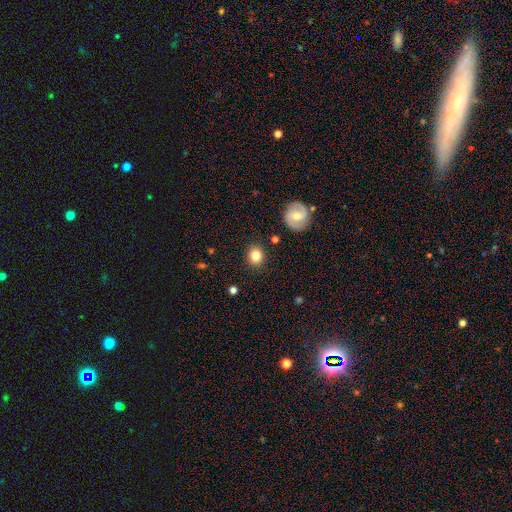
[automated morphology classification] Smooth or featured? Predicted: smooth (p=0.82). How rounded? Predicted: round (p=0.78). Merging? Predicted: none (p=0.88).